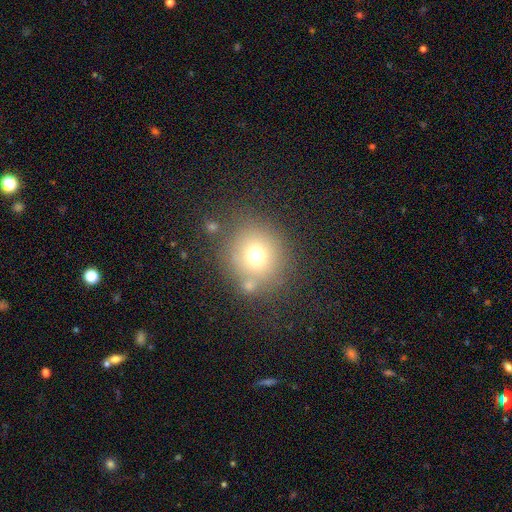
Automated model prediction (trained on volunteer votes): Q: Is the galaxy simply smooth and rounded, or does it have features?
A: smooth — 70%.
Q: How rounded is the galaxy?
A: round — 87%.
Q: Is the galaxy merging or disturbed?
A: none — 73%.